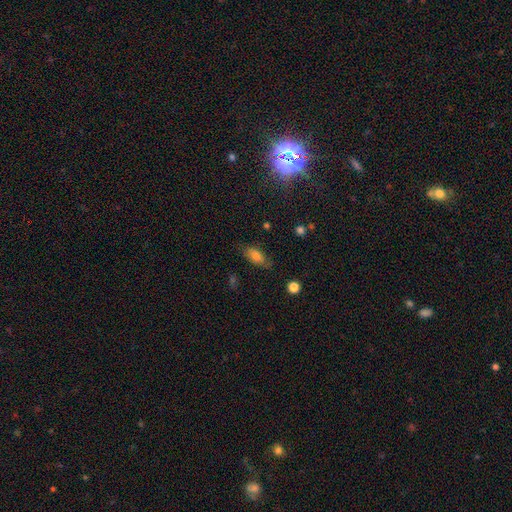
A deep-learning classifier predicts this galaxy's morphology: A smooth galaxy with no disk features (76%) that is in between round and cigar-shaped (84%).

Vote fractions:
- Smooth or featured? smooth: 76% / featured or disk: 15% / star or artifact: 9%
- How rounded? in between: 84% / cigar-shaped: 13% / round: 4%
- Merging? none: 74% / minor disturbance: 19% / major disturbance: 5% / merger: 2%